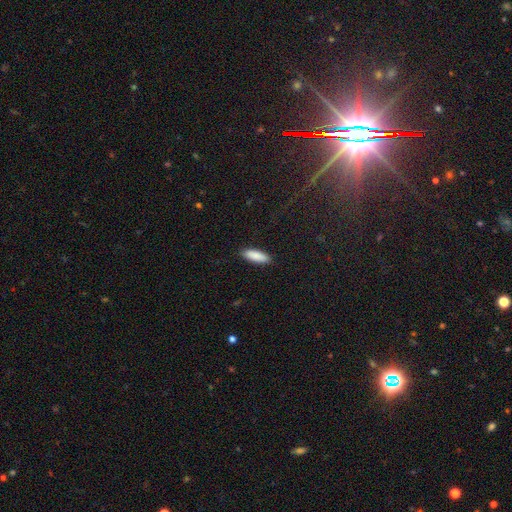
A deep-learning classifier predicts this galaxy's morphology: Smooth or featured: smooth — 88% (featured or disk — 6%)
How rounded: in between — 53% (cigar-shaped — 46%)
Merging: none — 89% (minor disturbance — 8%)